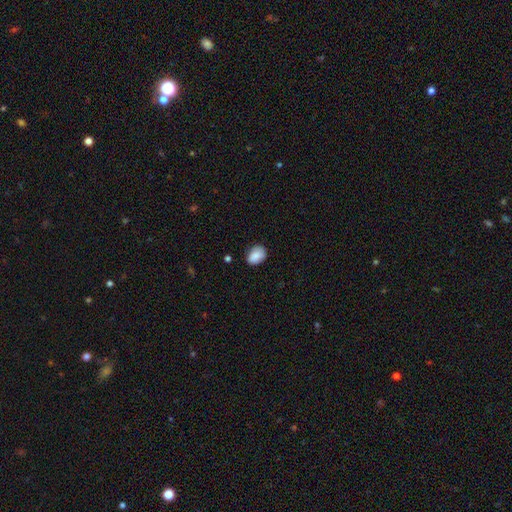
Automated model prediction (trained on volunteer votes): Smooth or featured? Predicted: smooth (p=0.87). How rounded? Predicted: in between (p=0.72). Merging? Predicted: none (p=0.77).